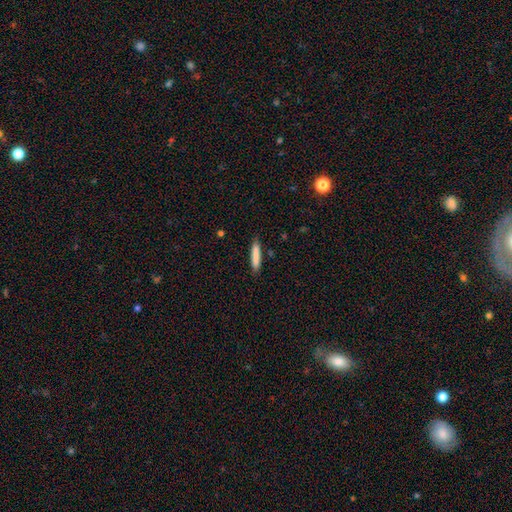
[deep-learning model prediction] Smooth or featured? smooth (83%)
How rounded? cigar-shaped (90%)
Merging? none (87%)